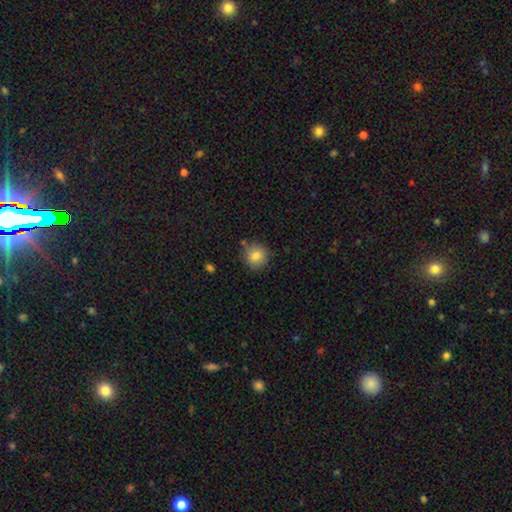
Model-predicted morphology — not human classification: A smooth galaxy with no disk features (83%) that is round (88%).

Vote fractions:
- Smooth or featured? smooth: 83% / star or artifact: 10% / featured or disk: 7%
- How rounded? round: 88% / in between: 11% / cigar-shaped: 1%
- Merging? none: 82% / minor disturbance: 12% / merger: 4% / major disturbance: 3%